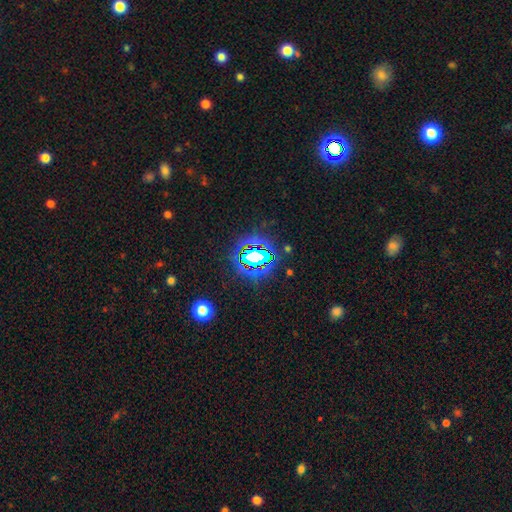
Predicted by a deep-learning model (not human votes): Smooth or featured: star or artifact — 73% (smooth — 16%)